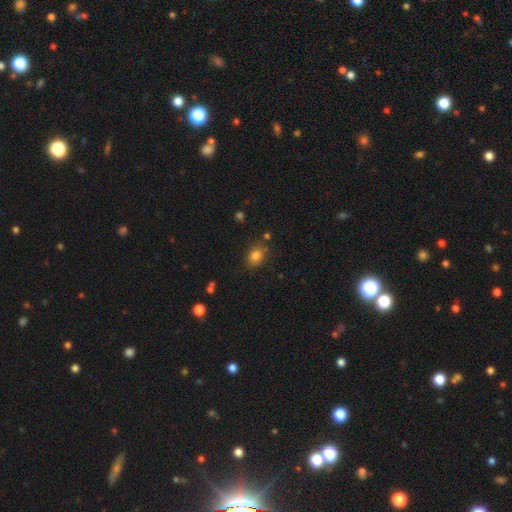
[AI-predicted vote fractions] Overall: smooth (81%). How rounded: in between (58%; round 41%). Merging: none (76%).